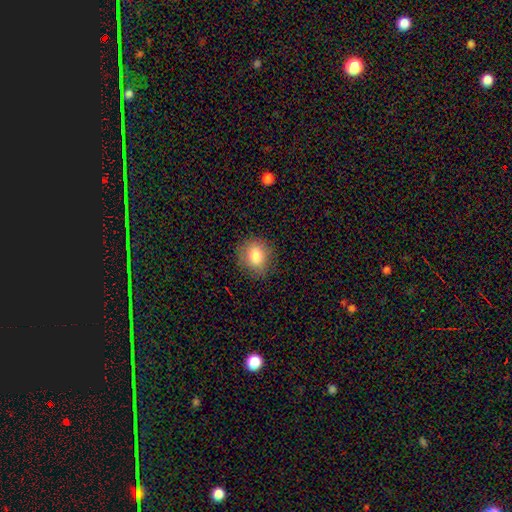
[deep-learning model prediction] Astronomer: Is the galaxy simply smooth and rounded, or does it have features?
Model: smooth — 83%.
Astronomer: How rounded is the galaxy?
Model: round — 66%.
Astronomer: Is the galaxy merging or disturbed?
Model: none — 81%.